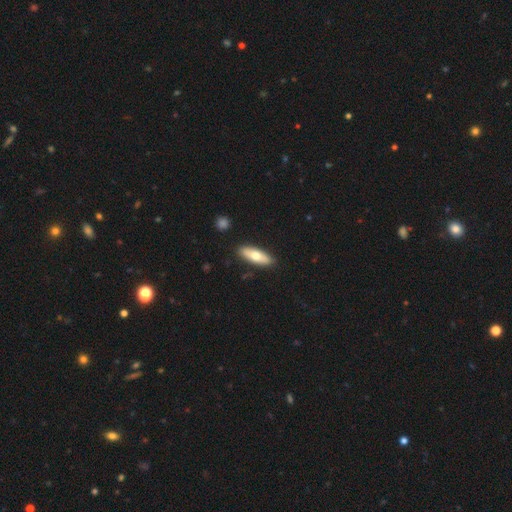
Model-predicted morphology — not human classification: Q: Smooth or featured?
A: smooth (65%); runner-up: featured or disk (29%)
Q: How rounded?
A: in between (58%); runner-up: cigar-shaped (40%)
Q: Merging?
A: none (88%); runner-up: minor disturbance (9%)